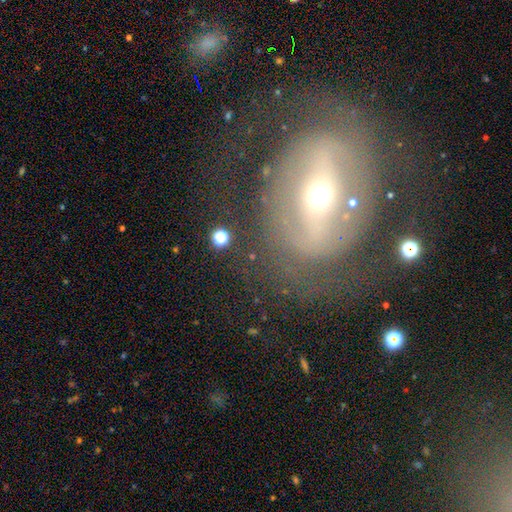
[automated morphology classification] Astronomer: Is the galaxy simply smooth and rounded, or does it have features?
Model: featured or disk — 75%.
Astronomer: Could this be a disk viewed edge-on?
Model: no — 89%.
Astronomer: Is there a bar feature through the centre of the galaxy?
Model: strong — 61%.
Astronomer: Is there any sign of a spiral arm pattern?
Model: no — 53% (runner-up: yes, 47%).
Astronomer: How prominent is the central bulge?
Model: moderate — 61%.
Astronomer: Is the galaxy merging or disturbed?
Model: none — 67%.